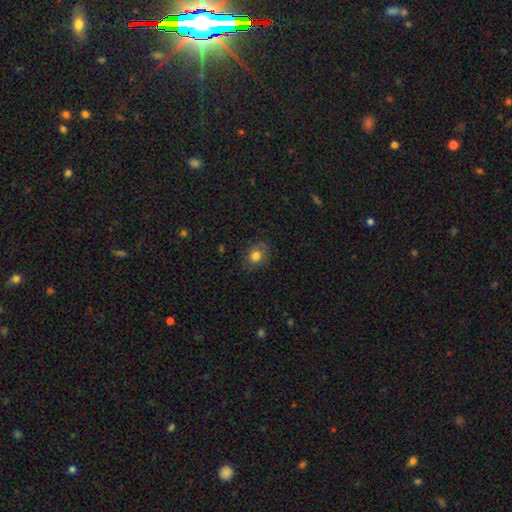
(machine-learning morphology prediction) Q: Smooth or featured?
A: smooth (80%); runner-up: star or artifact (11%)
Q: How rounded?
A: round (58%); runner-up: in between (41%)
Q: Merging?
A: none (78%); runner-up: minor disturbance (16%)